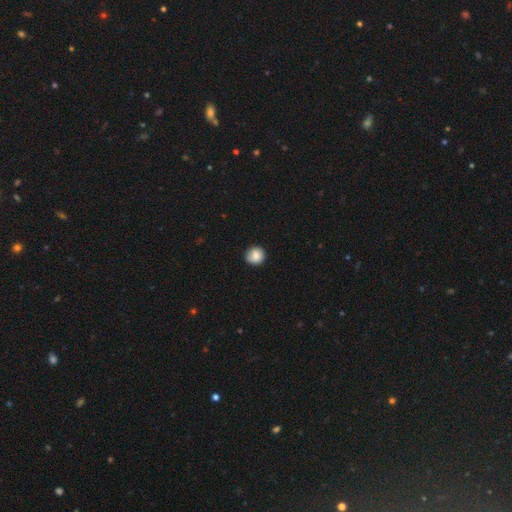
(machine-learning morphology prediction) smooth-or-featured: smooth: 84% | featured or disk: 8% | star or artifact: 8%
  how-rounded: round: 92% | in between: 7% | cigar-shaped: 1%
  merging: none: 85% | minor disturbance: 12% | major disturbance: 2% | merger: 1%